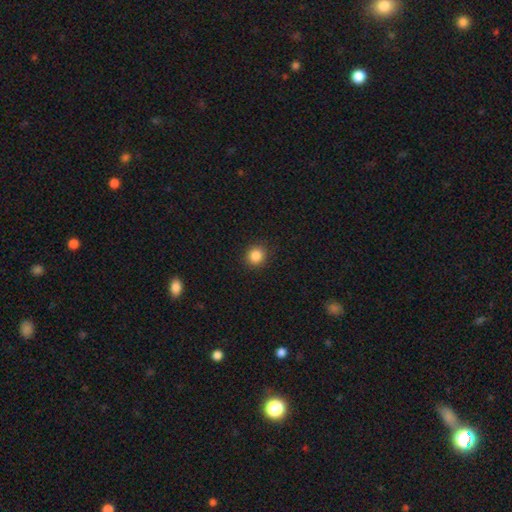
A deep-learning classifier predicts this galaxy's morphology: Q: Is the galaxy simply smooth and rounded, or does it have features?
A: smooth — 85%.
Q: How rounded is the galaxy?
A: round — 87%.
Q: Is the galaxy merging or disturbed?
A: none — 91%.